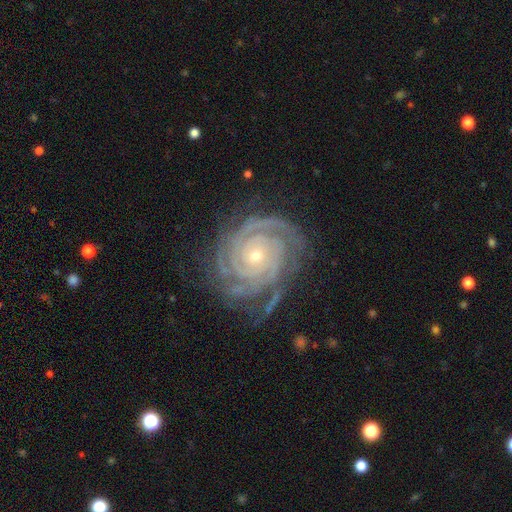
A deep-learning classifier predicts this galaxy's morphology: Q: Smooth or featured?
A: featured or disk (92%); runner-up: star or artifact (5%)
Q: Edge-on disk?
A: no (98%); runner-up: yes (2%)
Q: Bar?
A: no (76%); runner-up: weak (16%)
Q: Spiral arms?
A: yes (99%); runner-up: no (1%)
Q: Spiral winding?
A: tight (85%); runner-up: medium (14%)
Q: Spiral arm count?
A: 4 (27%); runner-up: 3 (25%)
Q: Bulge size?
A: small (70%); runner-up: moderate (28%)
Q: Merging?
A: none (75%); runner-up: minor disturbance (17%)